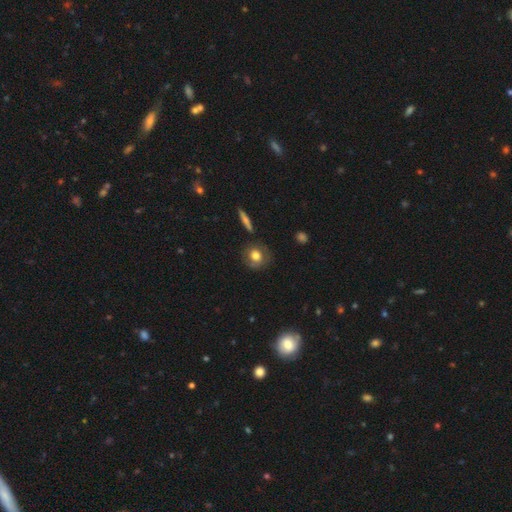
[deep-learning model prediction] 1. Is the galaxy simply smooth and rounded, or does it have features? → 67% smooth, 25% featured or disk, 9% star or artifact.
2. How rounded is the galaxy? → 83% round, 15% in between, 2% cigar-shaped.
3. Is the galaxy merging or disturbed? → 78% none, 15% minor disturbance, 5% major disturbance, 3% merger.